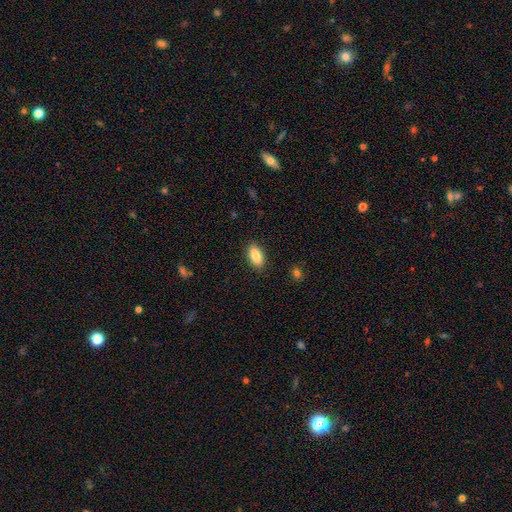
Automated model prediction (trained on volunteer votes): Q: Smooth or featured?
A: smooth (88%); runner-up: star or artifact (7%)
Q: How rounded?
A: in between (91%); runner-up: cigar-shaped (5%)
Q: Merging?
A: none (88%); runner-up: minor disturbance (8%)